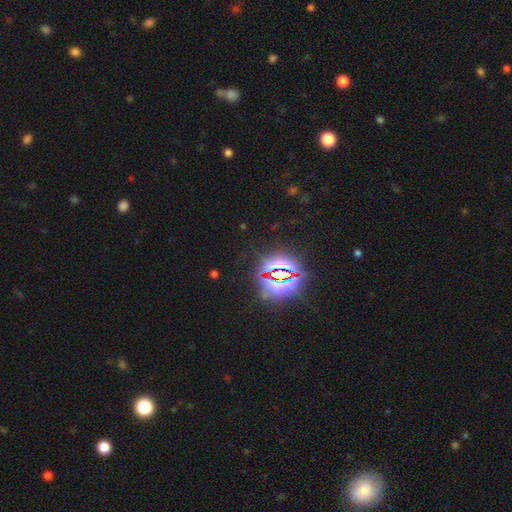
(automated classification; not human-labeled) smooth-or-featured: star or artifact: 84% | smooth: 10% | featured or disk: 6%